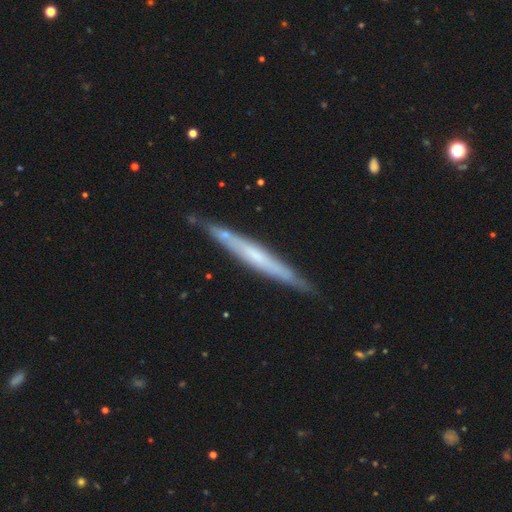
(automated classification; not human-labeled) A featured or disk galaxy (63%) viewed edge-on (92%) with no central bulge (70%). Merging: none (83%).